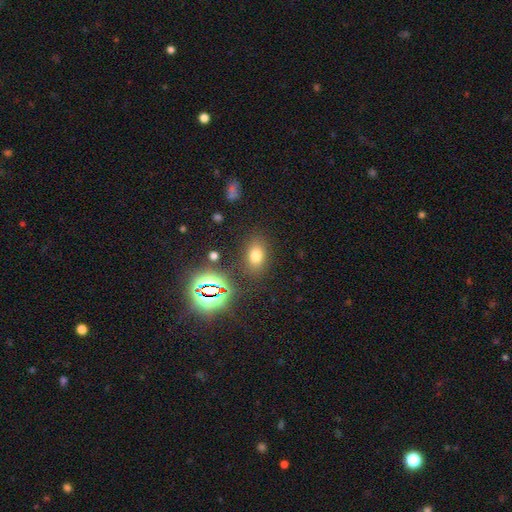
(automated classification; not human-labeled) Smooth or featured? Predicted: smooth (p=0.69). How rounded? Predicted: in between (p=0.76). Merging? Predicted: none (p=0.82).